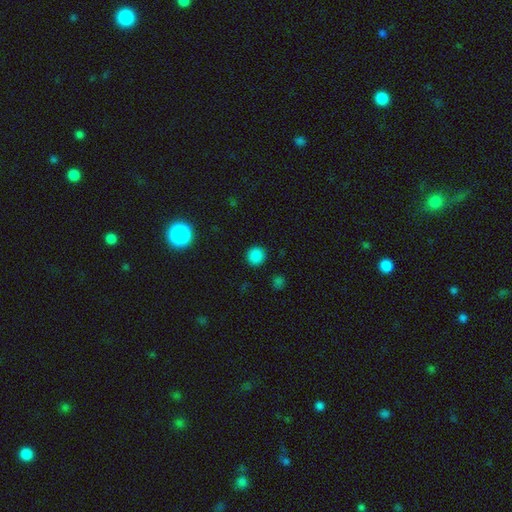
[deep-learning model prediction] Smooth or featured? smooth (84%)
How rounded? round (89%)
Merging? none (91%)